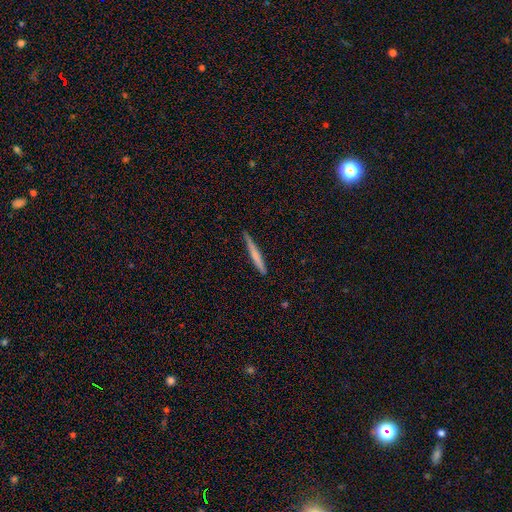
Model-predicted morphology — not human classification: Overall: smooth (62%; featured or disk 32%). How rounded: cigar-shaped (97%). Merging: none (88%).